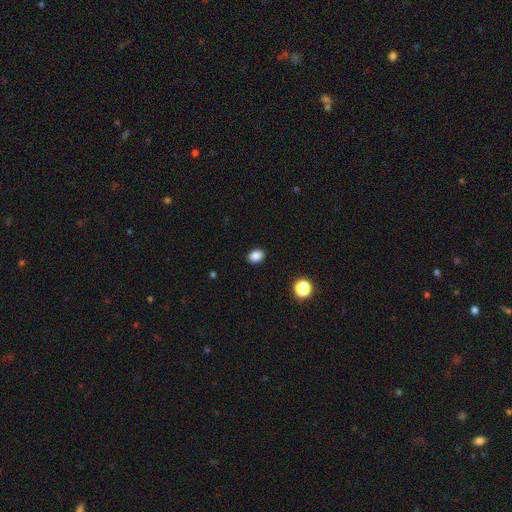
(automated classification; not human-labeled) This appears to be a smooth galaxy with no disk features (86%) that is in between round and cigar-shaped (62%). Merging: none (90%).